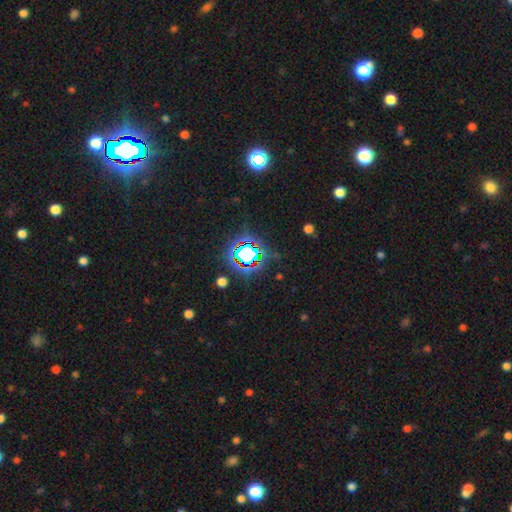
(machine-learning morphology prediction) type=star or artifact (79%).